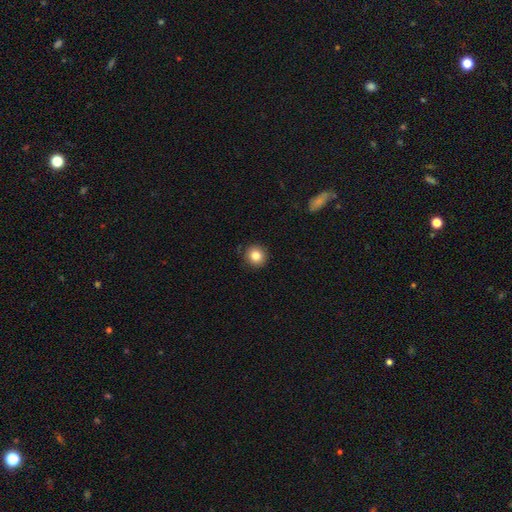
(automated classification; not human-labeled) Smooth or featured? Predicted: smooth (p=0.83). How rounded? Predicted: round (p=0.92). Merging? Predicted: none (p=0.91).